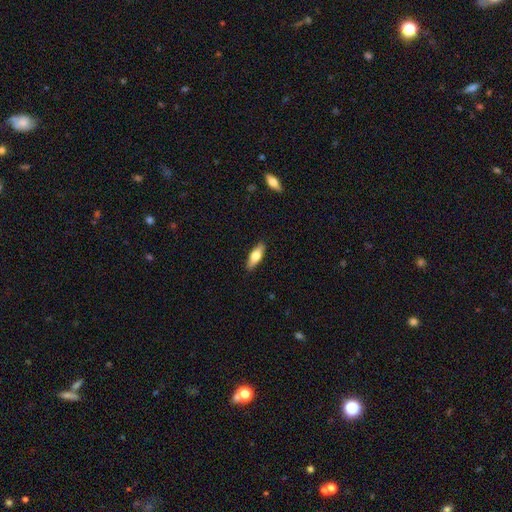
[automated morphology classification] A smooth galaxy with no disk features (62%) that is in between round and cigar-shaped (59%).

Vote fractions:
- Smooth or featured? smooth: 62% / featured or disk: 32% / star or artifact: 6%
- How rounded? in between: 59% / cigar-shaped: 38% / round: 3%
- Merging? none: 88% / minor disturbance: 9% / major disturbance: 2% / merger: 1%